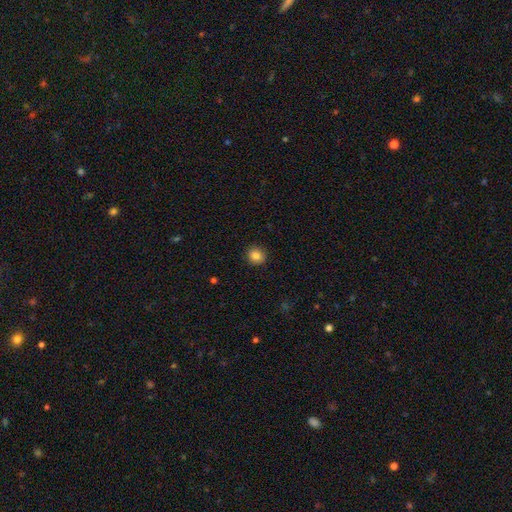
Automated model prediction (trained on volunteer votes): Smooth or featured?
  - smooth: 86% *
  - star or artifact: 10%
  - featured or disk: 4%
How rounded?
  - round: 77% *
  - in between: 22%
  - cigar-shaped: 1%
Merging?
  - none: 90% *
  - minor disturbance: 7%
  - major disturbance: 2%
  - merger: 1%